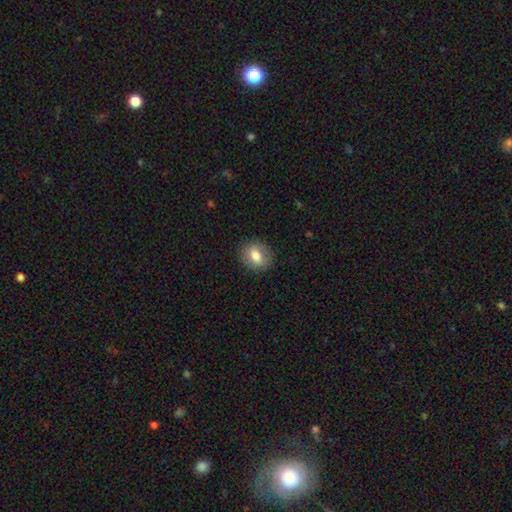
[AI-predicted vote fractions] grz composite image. It shows a smooth galaxy with no disk features (77%) that is round (64%). Merging: none (88%).